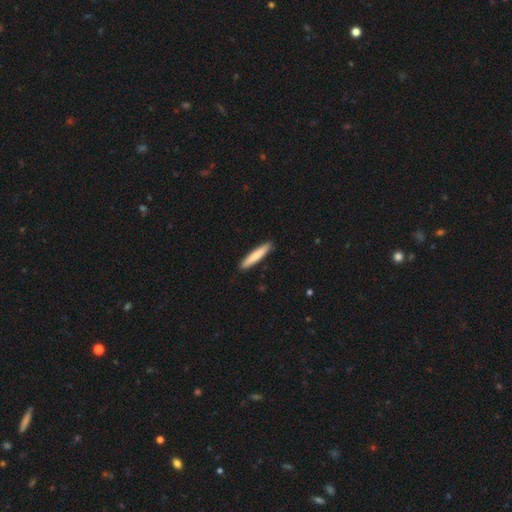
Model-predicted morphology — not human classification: type=smooth (77%); roundness=cigar-shaped (92%); merging=none (91%).